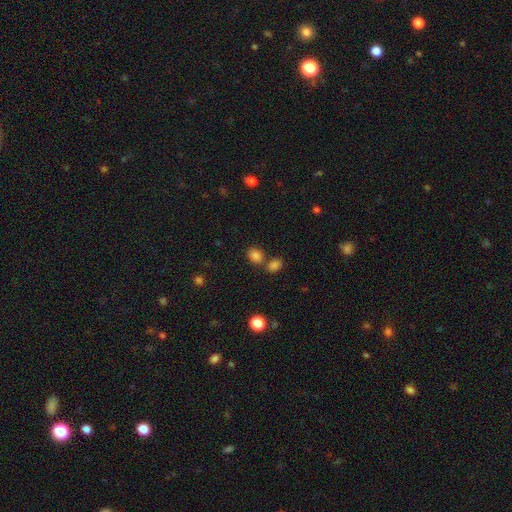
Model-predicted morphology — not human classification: Smooth or featured? Predicted: smooth (p=0.82). How rounded? Predicted: in between (p=0.50). Merging? Predicted: none (p=0.59).